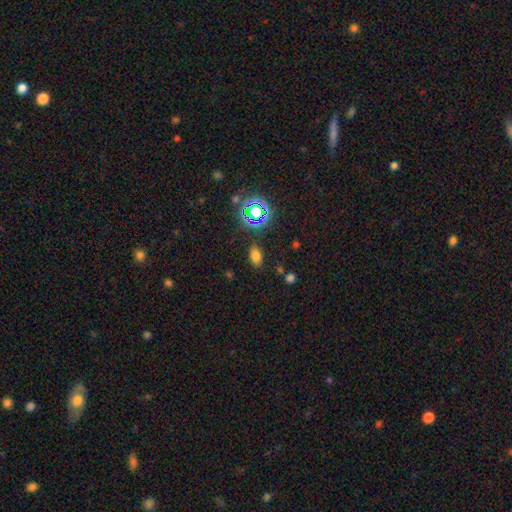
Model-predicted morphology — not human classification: The model was most divided on "smooth or featured": smooth: 69%, star or artifact: 24%, featured or disk: 7%. More confident: how rounded — in between (87%); merging — none (84%).